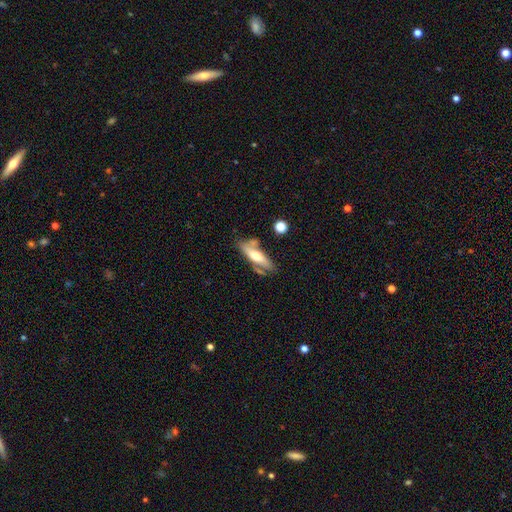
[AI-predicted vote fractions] Smooth or featured?
  - featured or disk: 47% *
  - smooth: 46%
  - star or artifact: 6%
Merging?
  - none: 57% *
  - minor disturbance: 22%
  - merger: 13%
  - major disturbance: 8%